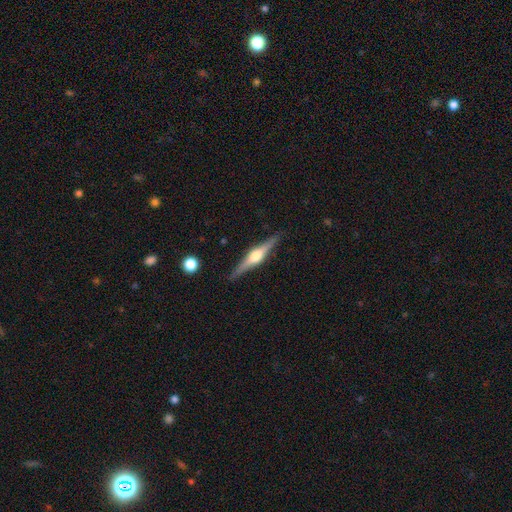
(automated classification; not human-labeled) Smooth or featured? featured or disk (79%)
Edge-on disk? yes (98%)
Edge-on bulge? rounded (93%)
Merging? none (89%)